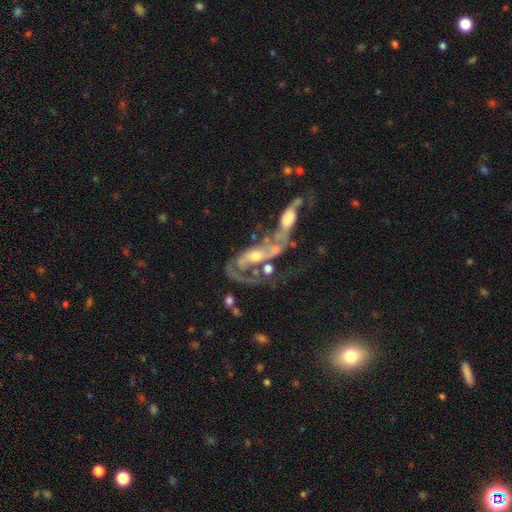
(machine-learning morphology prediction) This appears to be a featured or disk galaxy (79%) with no bar (63%), 2 (47%) loose (44%) spiral arms (80%) and a moderate central bulge (54%). Merging: merger (62%).